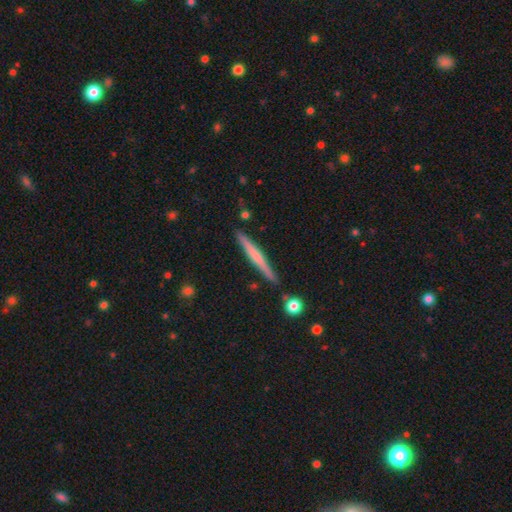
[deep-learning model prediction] smooth-or-featured: featured or disk: 49% | smooth: 46% | star or artifact: 6%
  merging: none: 87% | minor disturbance: 9% | merger: 3% | major disturbance: 2%